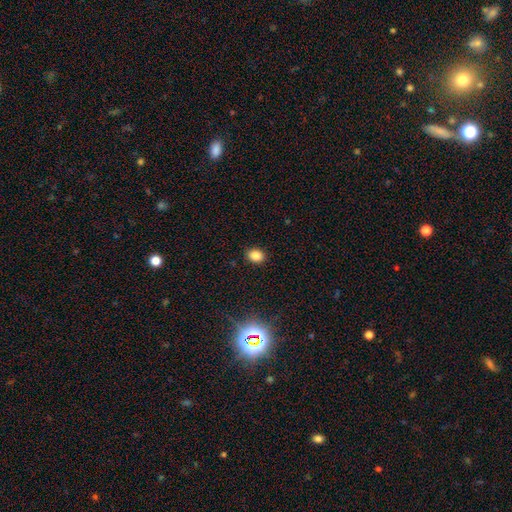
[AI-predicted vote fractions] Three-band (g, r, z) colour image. It shows a smooth galaxy with no disk features (84%) that is in between round and cigar-shaped (61%). Merging: none (89%).